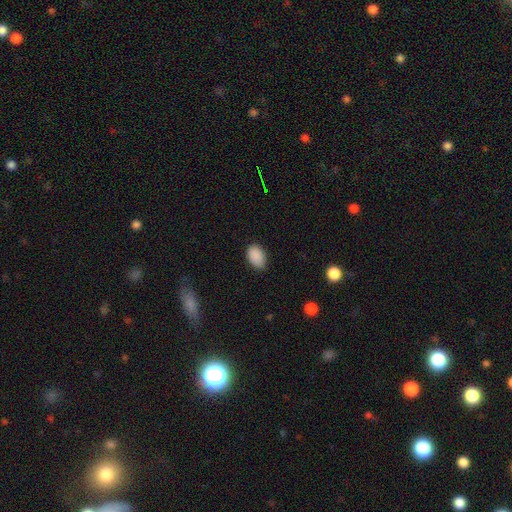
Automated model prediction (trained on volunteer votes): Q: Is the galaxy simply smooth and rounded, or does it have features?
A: smooth — 89%.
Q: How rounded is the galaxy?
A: in between — 90%.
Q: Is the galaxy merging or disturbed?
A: none — 79%.